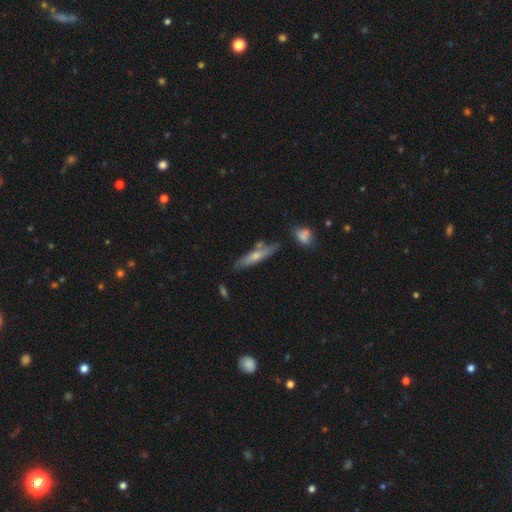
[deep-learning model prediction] Smooth or featured? smooth (49%)
Merging? none (73%)